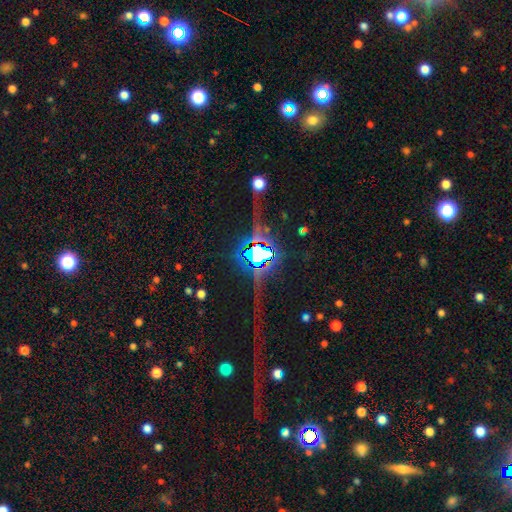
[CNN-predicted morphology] smooth-or-featured: star or artifact: 68% | featured or disk: 22% | smooth: 10%